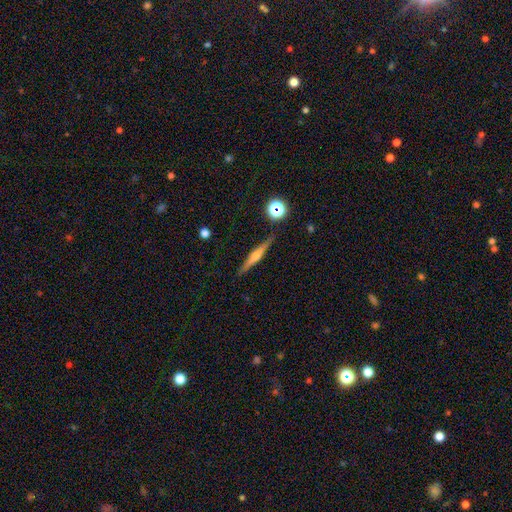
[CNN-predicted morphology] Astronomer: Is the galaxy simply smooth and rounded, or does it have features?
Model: featured or disk — 68%.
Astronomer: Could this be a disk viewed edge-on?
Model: yes — 98%.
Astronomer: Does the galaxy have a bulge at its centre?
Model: rounded — 78%.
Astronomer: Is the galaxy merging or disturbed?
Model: none — 90%.